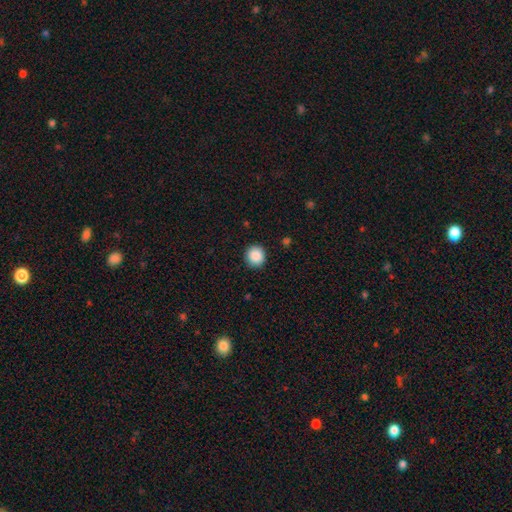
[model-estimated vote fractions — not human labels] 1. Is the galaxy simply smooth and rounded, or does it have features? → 89% smooth, 9% star or artifact, 3% featured or disk.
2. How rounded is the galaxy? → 89% round, 10% in between, 1% cigar-shaped.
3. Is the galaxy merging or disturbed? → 90% none, 7% minor disturbance, 2% major disturbance, 1% merger.